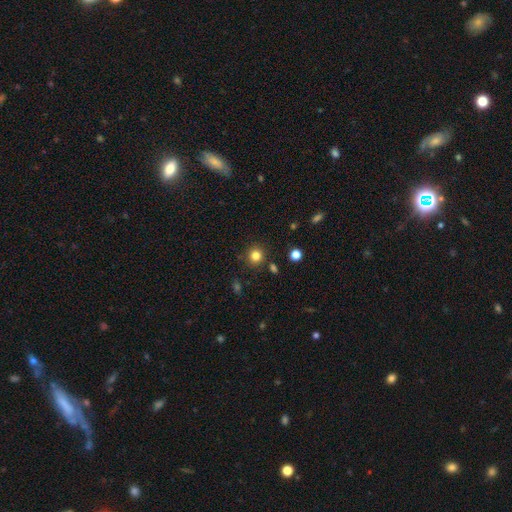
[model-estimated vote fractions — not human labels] The model was most divided on "smooth or featured": smooth: 82%, star or artifact: 13%, featured or disk: 5%. More confident: how rounded — round (91%); merging — none (86%).